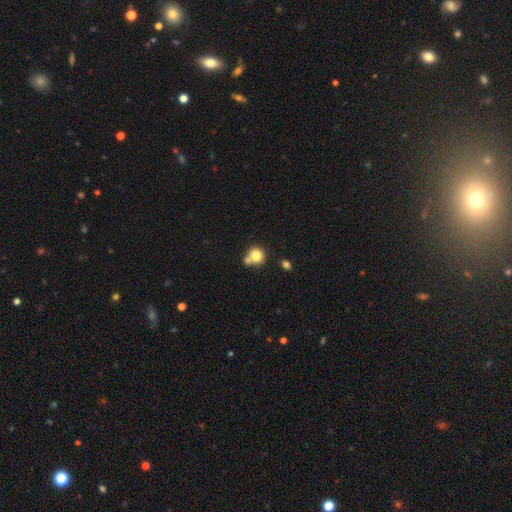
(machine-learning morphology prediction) This is clearly a smooth galaxy (80%). How rounded: clearly round (86%). Merging: possibly none (50%).